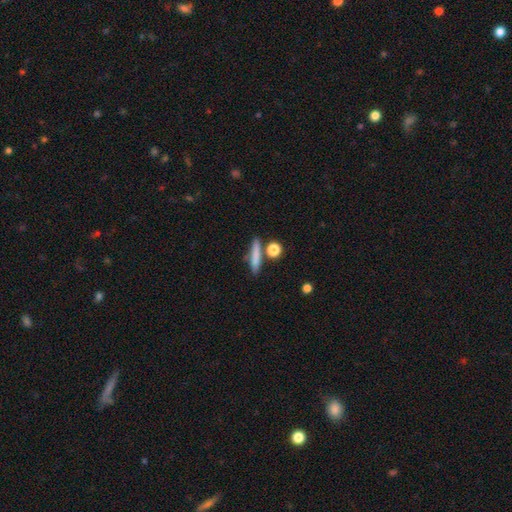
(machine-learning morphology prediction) A smooth galaxy with no disk features (76%) that is cigar-shaped (74%).

Vote fractions:
- Smooth or featured? smooth: 76% / featured or disk: 16% / star or artifact: 8%
- How rounded? cigar-shaped: 74% / in between: 15% / round: 11%
- Merging? none: 75% / minor disturbance: 12% / merger: 10% / major disturbance: 4%